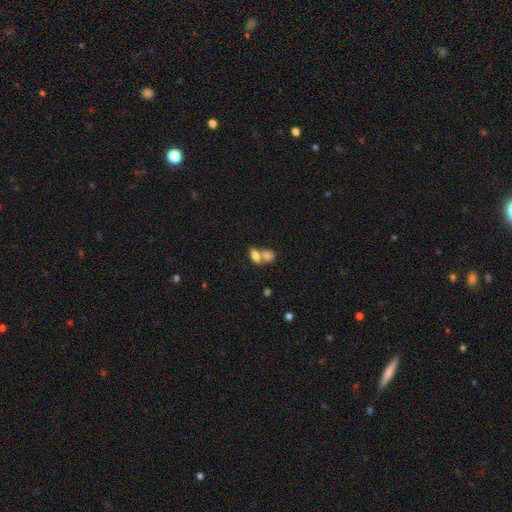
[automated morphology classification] Q: Smooth or featured?
A: smooth (77%); runner-up: featured or disk (14%)
Q: How rounded?
A: in between (83%); runner-up: round (13%)
Q: Merging?
A: merger (62%); runner-up: none (27%)